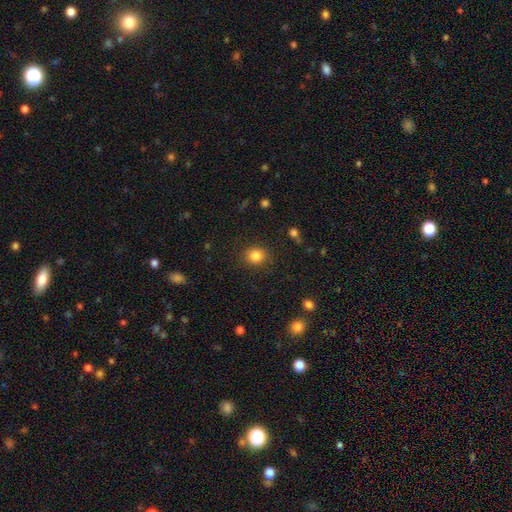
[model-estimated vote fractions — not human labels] Smooth or featured? smooth (84%)
How rounded? round (79%)
Merging? none (88%)